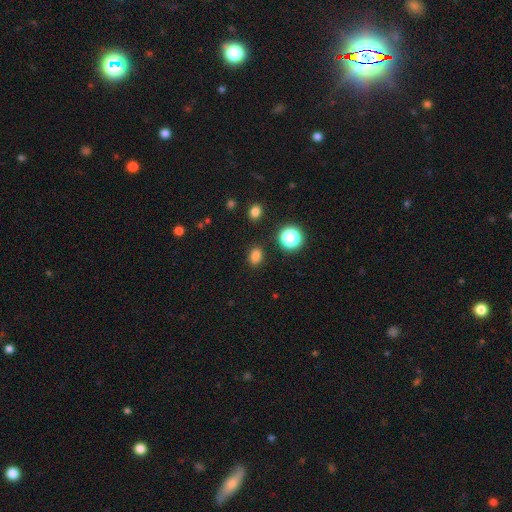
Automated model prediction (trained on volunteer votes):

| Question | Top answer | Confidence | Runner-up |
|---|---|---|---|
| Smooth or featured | smooth | 79% | star or artifact (17%) |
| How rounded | in between | 60% | round (39%) |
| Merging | none | 86% | minor disturbance (9%) |